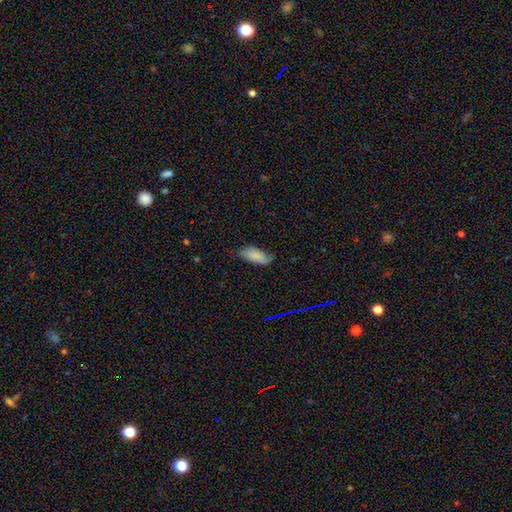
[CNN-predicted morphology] Smooth or featured?
  - smooth: 82% *
  - featured or disk: 10%
  - star or artifact: 8%
How rounded?
  - in between: 86% *
  - cigar-shaped: 12%
  - round: 2%
Merging?
  - none: 62% *
  - minor disturbance: 30%
  - major disturbance: 6%
  - merger: 2%